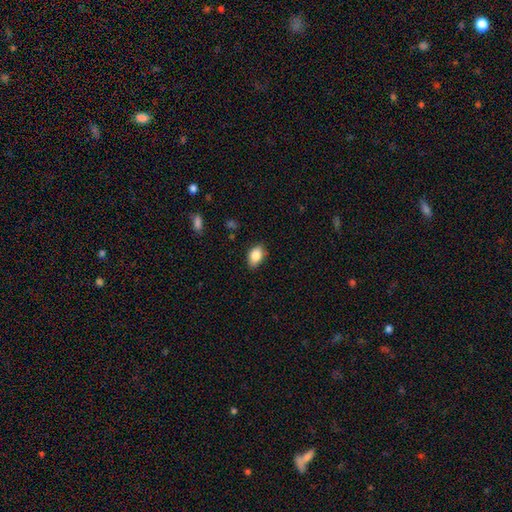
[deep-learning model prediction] A smooth galaxy with no disk features (84%) that is in between round and cigar-shaped (85%).

Vote fractions:
- Smooth or featured? smooth: 84% / featured or disk: 8% / star or artifact: 8%
- How rounded? in between: 85% / round: 13% / cigar-shaped: 2%
- Merging? none: 84% / minor disturbance: 13% / major disturbance: 2% / merger: 1%